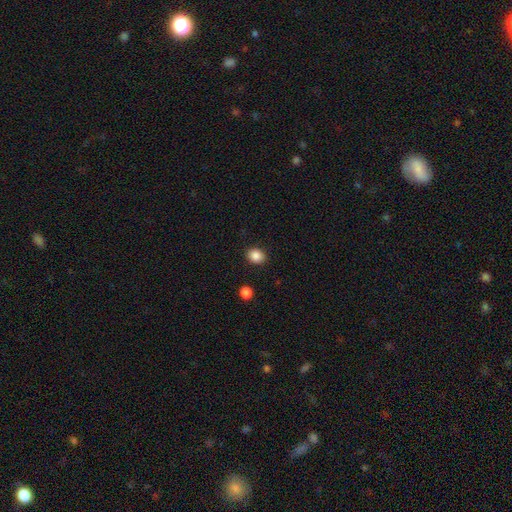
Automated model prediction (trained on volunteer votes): Overall: smooth (87%). How rounded: round (55%; in between 44%). Merging: none (89%).